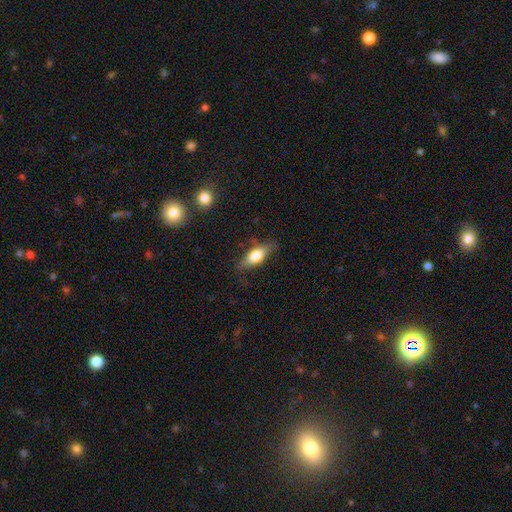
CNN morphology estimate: A smooth galaxy with no disk features (66%) that is in between round and cigar-shaped (72%).

Vote fractions:
- Smooth or featured? smooth: 66% / featured or disk: 27% / star or artifact: 7%
- How rounded? in between: 72% / cigar-shaped: 24% / round: 4%
- Merging? none: 75% / minor disturbance: 19% / major disturbance: 5% / merger: 2%